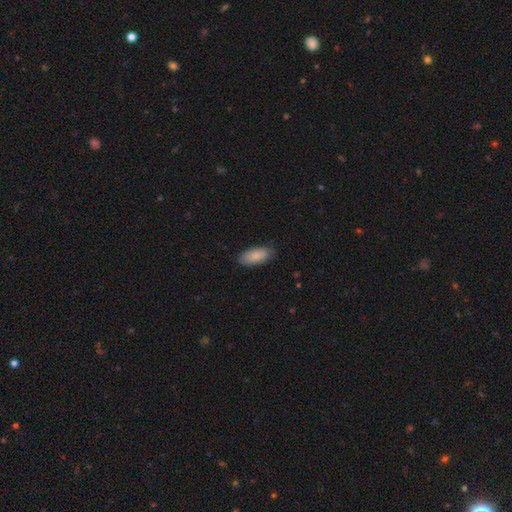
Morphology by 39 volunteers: smooth-or-featured: smooth: 82% | featured or disk: 13% | star or artifact: 5%
  how-rounded: in between: 91% | cigar-shaped: 9% | round: 0%
  merging: none: 86% | minor disturbance: 11% | merger: 3% | major disturbance: 0%